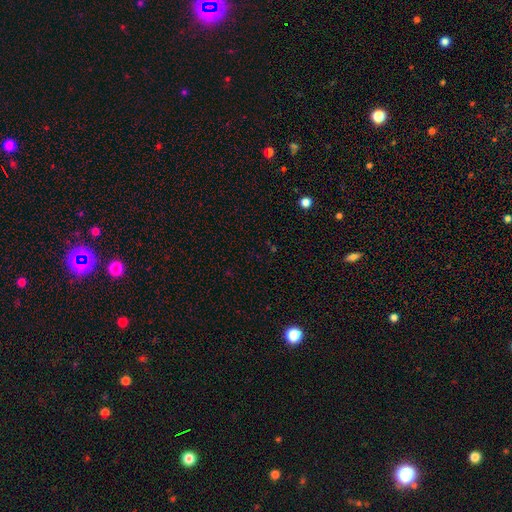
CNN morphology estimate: Smooth or featured?
  - star or artifact: 64% *
  - smooth: 29%
  - featured or disk: 7%